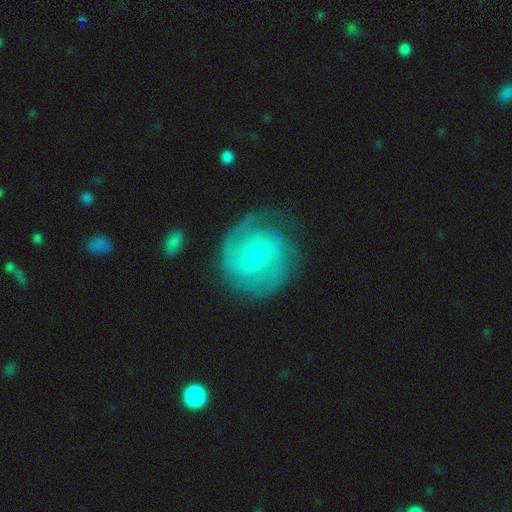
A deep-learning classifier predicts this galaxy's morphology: Q: Smooth or featured?
A: featured or disk (84%); runner-up: smooth (10%)
Q: Edge-on disk?
A: no (98%); runner-up: yes (2%)
Q: Bar?
A: no (69%); runner-up: weak (27%)
Q: Spiral arms?
A: yes (97%); runner-up: no (3%)
Q: Spiral winding?
A: tight (62%); runner-up: medium (31%)
Q: Spiral arm count?
A: 2 (38%); runner-up: 3 (22%)
Q: Bulge size?
A: small (79%); runner-up: moderate (15%)
Q: Merging?
A: none (74%); runner-up: minor disturbance (16%)